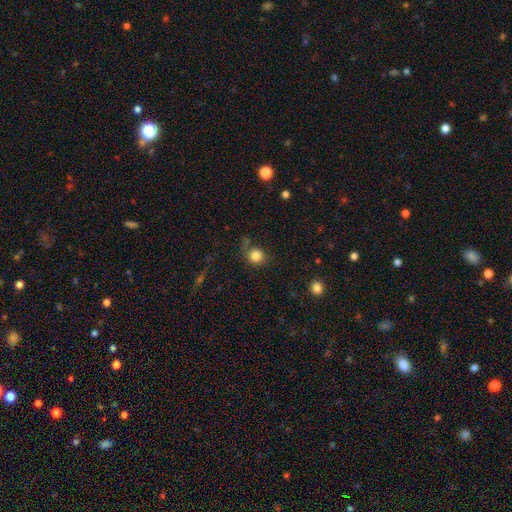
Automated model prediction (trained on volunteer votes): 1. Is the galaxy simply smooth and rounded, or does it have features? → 83% smooth, 11% star or artifact, 6% featured or disk.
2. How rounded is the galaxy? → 88% round, 11% in between, 1% cigar-shaped.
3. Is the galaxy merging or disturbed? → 69% none, 17% minor disturbance, 7% merger, 7% major disturbance.